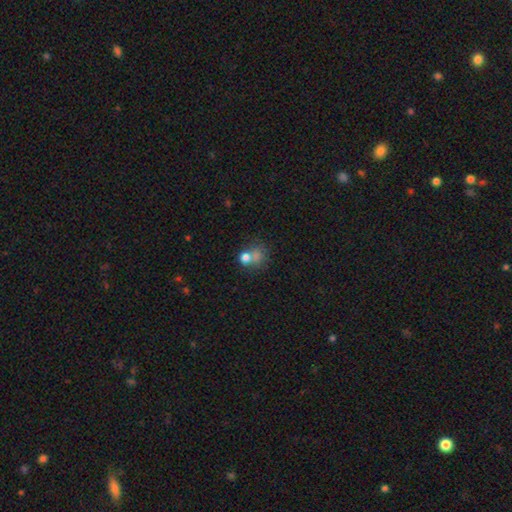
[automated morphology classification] Smooth or featured?
  - smooth: 63% *
  - star or artifact: 21%
  - featured or disk: 16%
How rounded?
  - round: 75% *
  - in between: 24%
  - cigar-shaped: 1%
Merging?
  - none: 44% *
  - merger: 36%
  - minor disturbance: 11%
  - major disturbance: 9%